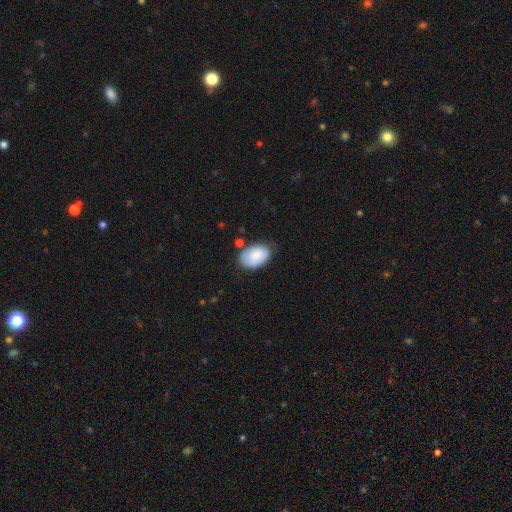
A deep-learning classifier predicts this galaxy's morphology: smooth_or_featured: smooth (p=0.82) [alt: featured or disk p=0.12]
how_rounded: in between (p=0.90) [alt: round p=0.09]
merging: none (p=0.67) [alt: minor disturbance p=0.23]